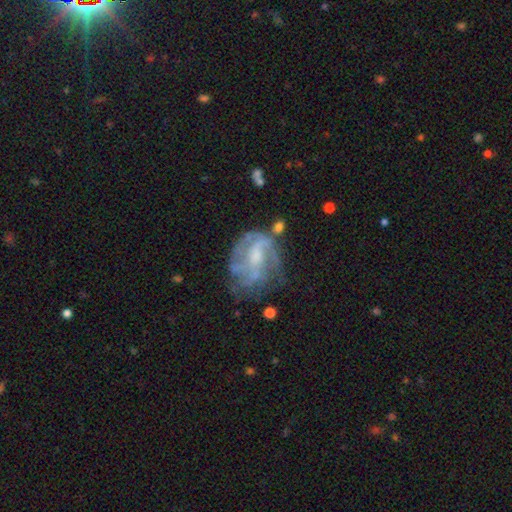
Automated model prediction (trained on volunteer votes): Smooth or featured?
  - featured or disk: 75% *
  - smooth: 16%
  - star or artifact: 9%
Edge-on disk?
  - no: 97% *
  - yes: 3%
Bar?
  - no: 48% *
  - weak: 41%
  - strong: 11%
Spiral arms?
  - yes: 75% *
  - no: 25%
Spiral winding?
  - medium: 42% *
  - tight: 33%
  - loose: 25%
Spiral arm count?
  - can't tell: 37% *
  - 3: 22%
  - 2: 22%
  - 4: 9%
  - 1: 5%
  - more than 4: 4%
Bulge size?
  - moderate: 40% *
  - small: 35%
  - none: 19%
  - large: 5%
  - dominant: 1%
Merging?
  - none: 50% *
  - major disturbance: 22%
  - minor disturbance: 22%
  - merger: 6%